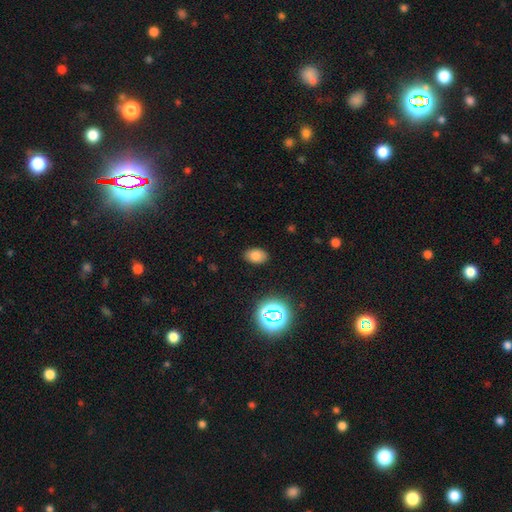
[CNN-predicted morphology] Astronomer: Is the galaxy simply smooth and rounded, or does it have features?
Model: smooth — 75%.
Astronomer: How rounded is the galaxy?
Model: in between — 83%.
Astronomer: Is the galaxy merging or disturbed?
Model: none — 86%.